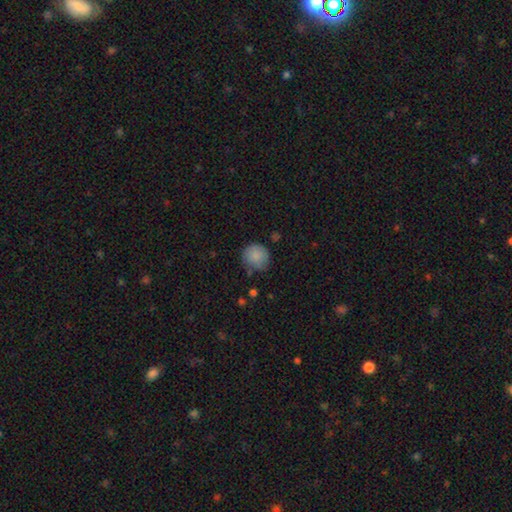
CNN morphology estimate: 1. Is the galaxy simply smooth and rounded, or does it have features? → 86% smooth, 8% star or artifact, 7% featured or disk.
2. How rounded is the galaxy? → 91% round, 8% in between, 1% cigar-shaped.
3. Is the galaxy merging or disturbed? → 74% none, 18% minor disturbance, 4% major disturbance, 3% merger.